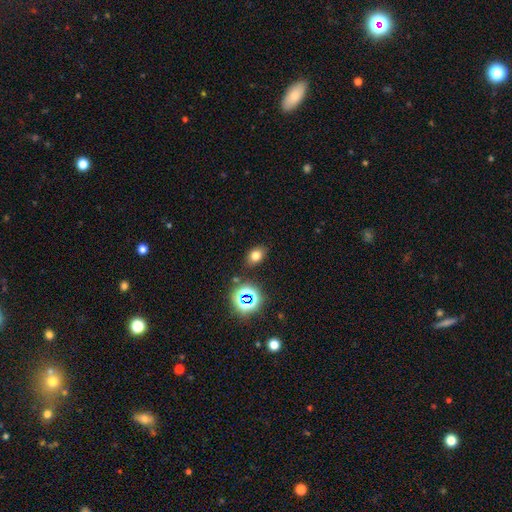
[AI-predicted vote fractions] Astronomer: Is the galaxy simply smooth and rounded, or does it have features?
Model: smooth — 70%.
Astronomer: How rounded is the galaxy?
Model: in between — 73%.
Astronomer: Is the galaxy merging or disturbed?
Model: none — 83%.